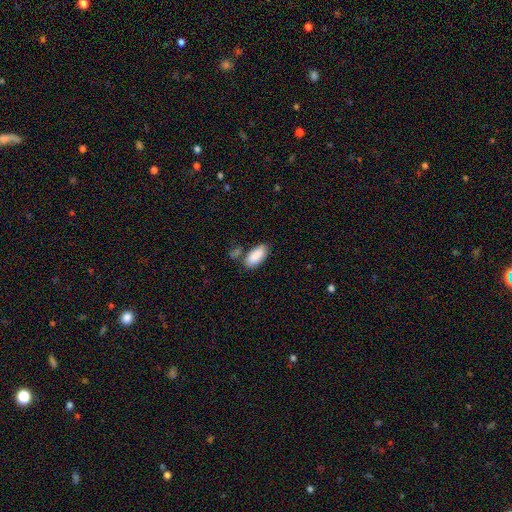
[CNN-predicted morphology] A smooth galaxy with no disk features (89%) that is in between round and cigar-shaped (90%).

Vote fractions:
- Smooth or featured? smooth: 89% / star or artifact: 6% / featured or disk: 5%
- How rounded? in between: 90% / cigar-shaped: 8% / round: 2%
- Merging? none: 68% / minor disturbance: 16% / merger: 11% / major disturbance: 4%